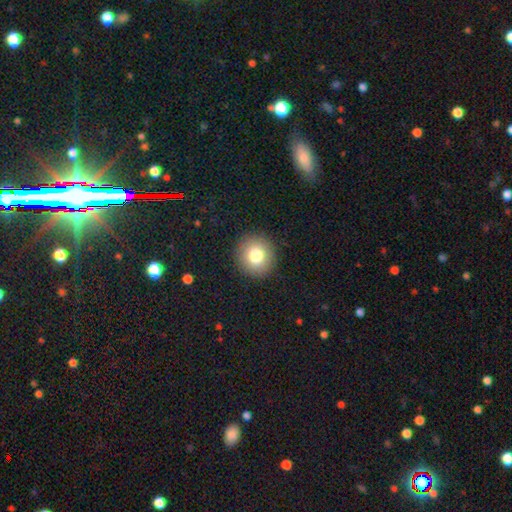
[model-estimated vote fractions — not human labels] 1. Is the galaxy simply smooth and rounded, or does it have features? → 79% smooth, 11% featured or disk, 10% star or artifact.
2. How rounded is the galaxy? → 92% round, 8% in between, 1% cigar-shaped.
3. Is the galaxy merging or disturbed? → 91% none, 6% minor disturbance, 2% major disturbance, 1% merger.